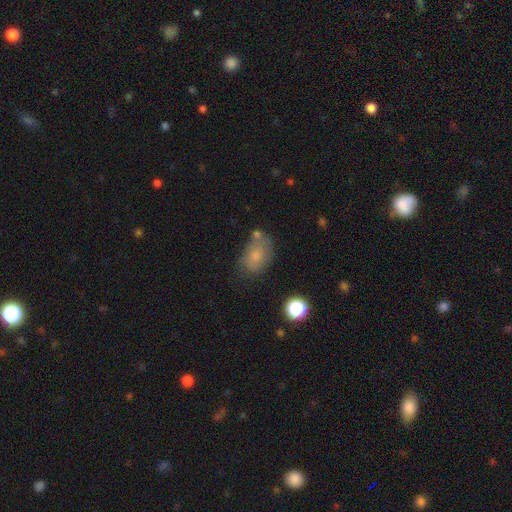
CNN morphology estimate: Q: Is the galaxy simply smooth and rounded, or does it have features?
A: smooth — 72%.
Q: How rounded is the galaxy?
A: in between — 83%.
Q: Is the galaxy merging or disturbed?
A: none — 54%.